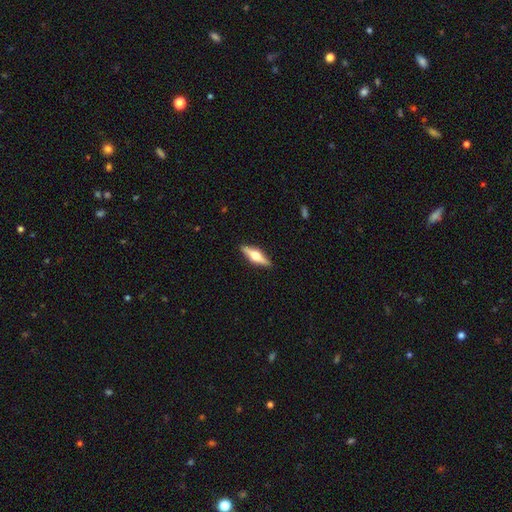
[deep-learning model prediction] The model was most divided on "smooth or featured": featured or disk: 60%, smooth: 34%, star or artifact: 6%. More confident: edge-on disk — yes (95%); edge-on bulge — rounded (94%); merging — none (90%).